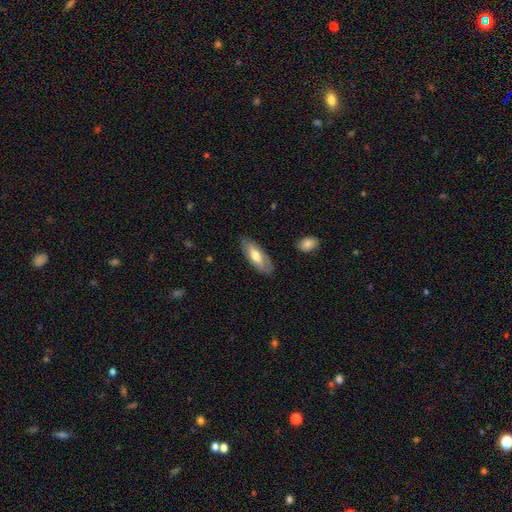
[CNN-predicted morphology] smooth-or-featured: smooth: 60% | featured or disk: 34% | star or artifact: 6%
  how-rounded: in between: 77% | cigar-shaped: 21% | round: 2%
  merging: none: 84% | minor disturbance: 12% | major disturbance: 3% | merger: 1%